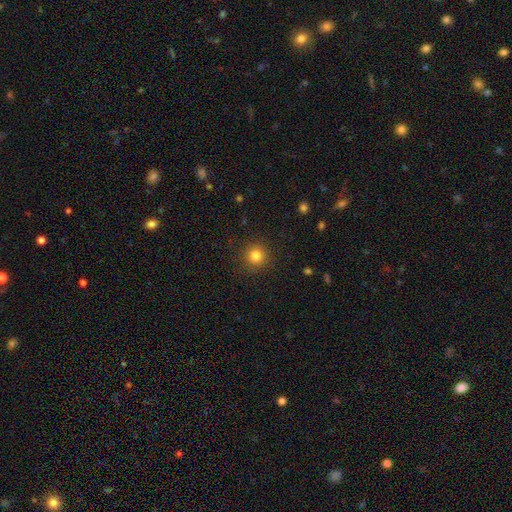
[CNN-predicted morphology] smooth_or_featured: smooth (p=0.82) [alt: star or artifact p=0.12]
how_rounded: round (p=0.94) [alt: in between p=0.05]
merging: none (p=0.90) [alt: minor disturbance p=0.06]